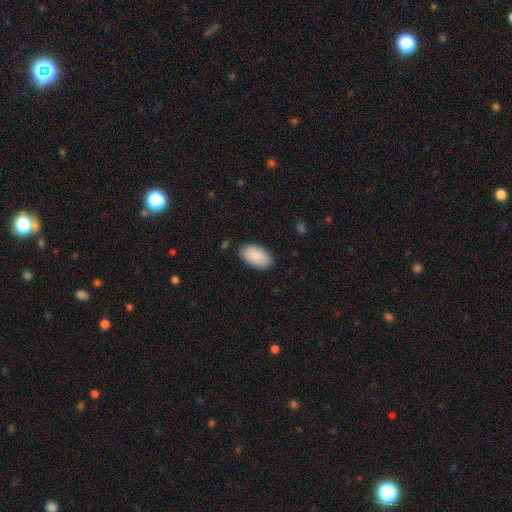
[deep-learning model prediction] Q: Smooth or featured?
A: smooth (89%); runner-up: star or artifact (6%)
Q: How rounded?
A: in between (95%); runner-up: round (3%)
Q: Merging?
A: none (84%); runner-up: minor disturbance (12%)